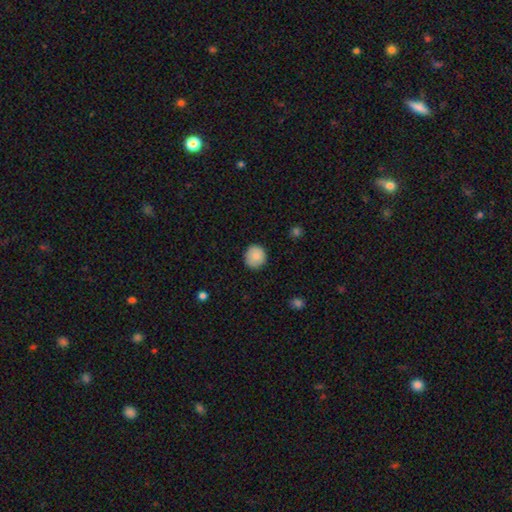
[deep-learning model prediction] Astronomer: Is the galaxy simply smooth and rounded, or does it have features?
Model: smooth — 87%.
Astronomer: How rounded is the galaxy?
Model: round — 88%.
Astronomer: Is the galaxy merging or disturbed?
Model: none — 87%.